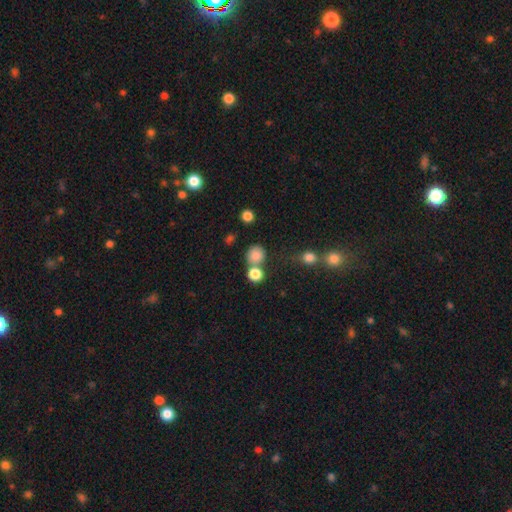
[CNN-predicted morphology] Smooth or featured? Predicted: smooth (p=0.82). How rounded? Predicted: round (p=0.85). Merging? Predicted: none (p=0.59).